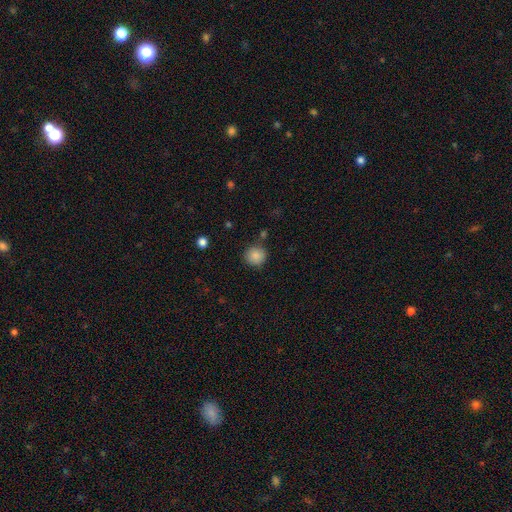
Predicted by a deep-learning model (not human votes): Smooth or featured? Predicted: smooth (p=0.87). How rounded? Predicted: round (p=0.91). Merging? Predicted: none (p=0.83).